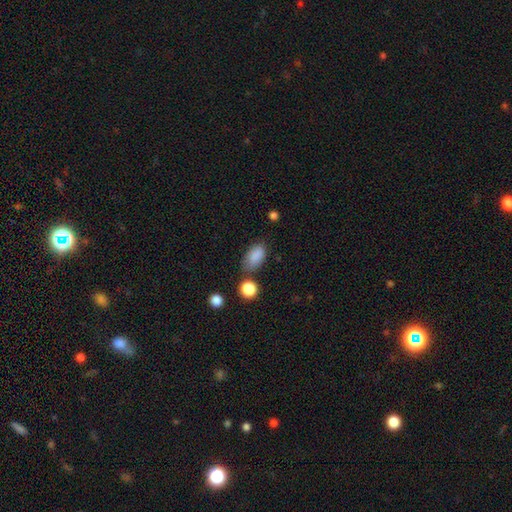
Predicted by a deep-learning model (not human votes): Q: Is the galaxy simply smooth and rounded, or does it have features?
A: smooth — 87%.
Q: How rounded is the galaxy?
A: in between — 90%.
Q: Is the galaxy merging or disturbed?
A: none — 66%.